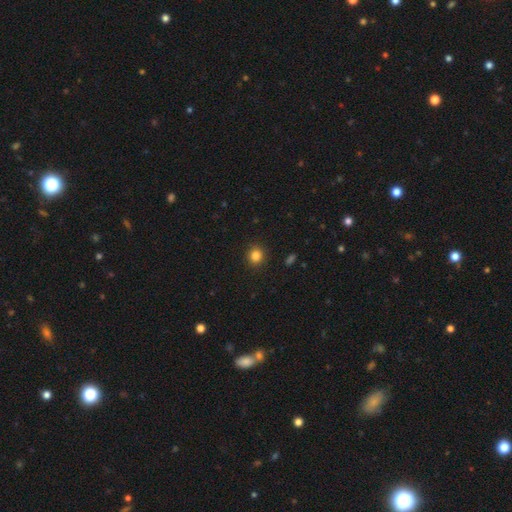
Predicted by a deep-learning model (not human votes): A smooth galaxy with no disk features (85%) that is round (81%). Merging: none (91%).